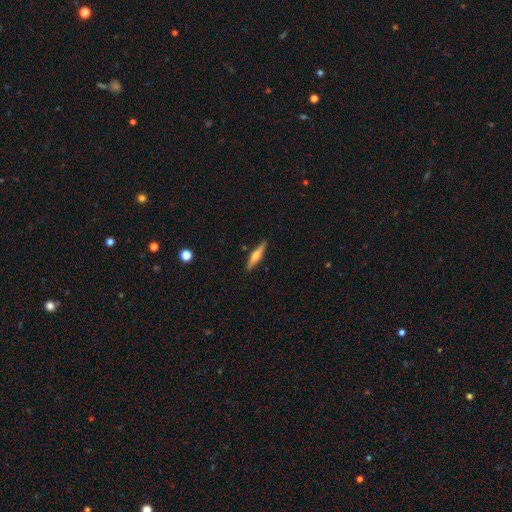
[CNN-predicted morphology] Smooth or featured? Predicted: featured or disk (p=0.53). Edge-on disk? Predicted: yes (p=0.96). Edge-on bulge? Predicted: rounded (p=0.85). Merging? Predicted: none (p=0.87).